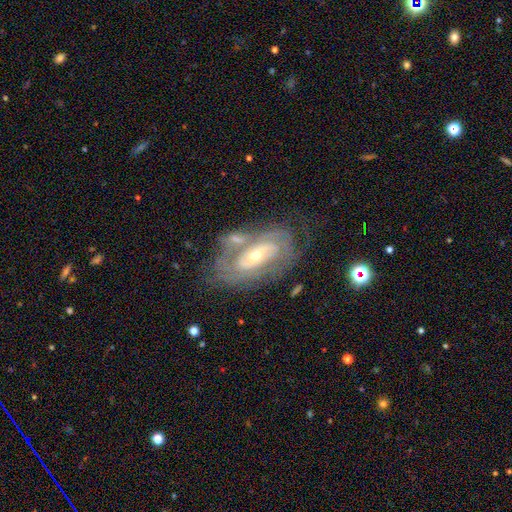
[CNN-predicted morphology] type=featured or disk (83%); edge-on=no (94%); bar=no (58%); spiral arms=yes (86%); winding=tight (63%); arm count=2 (42%); bulge=small (53%); merging=none (58%).